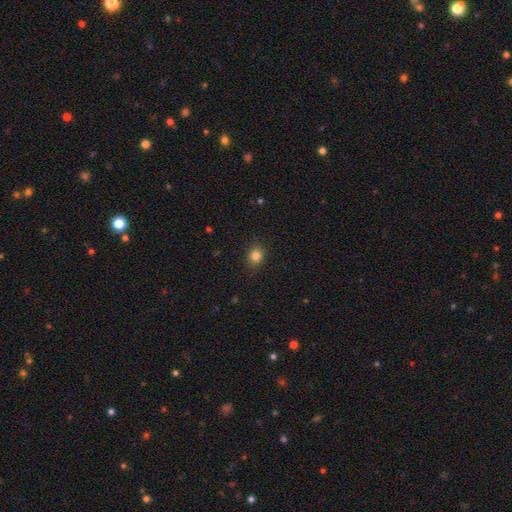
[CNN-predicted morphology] A smooth galaxy with no disk features (83%) that is round (71%). Merging: none (86%).